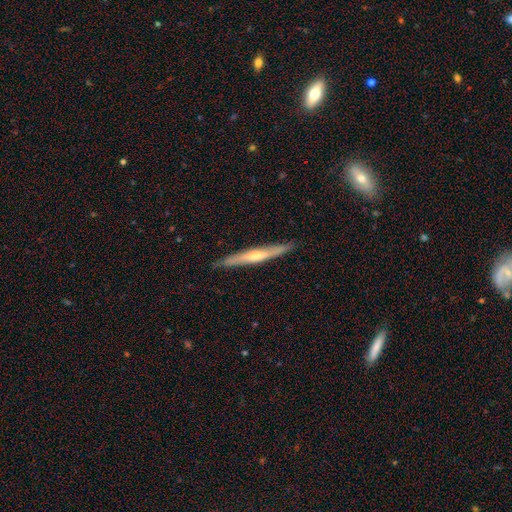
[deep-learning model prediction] smooth_or_featured: featured or disk (p=0.62) [alt: smooth p=0.32]
disk_edge_on: yes (p=0.94) [alt: no p=0.06]
edge_on_bulge: rounded (p=0.70) [alt: none p=0.26]
merging: none (p=0.88) [alt: minor disturbance p=0.09]